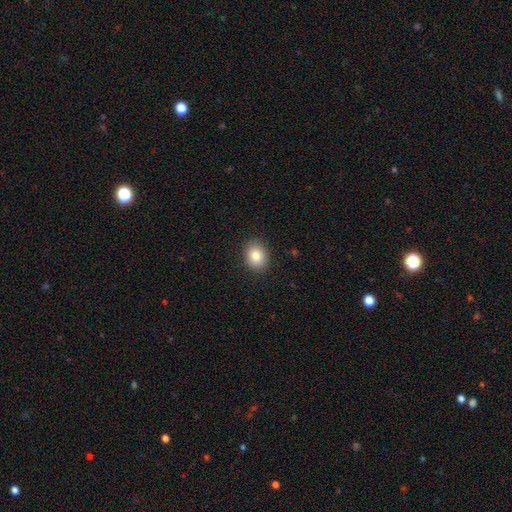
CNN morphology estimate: smooth-or-featured: smooth: 85% | star or artifact: 8% | featured or disk: 6%
  how-rounded: in between: 62% | round: 37% | cigar-shaped: 1%
  merging: none: 89% | minor disturbance: 8% | major disturbance: 2% | merger: 1%